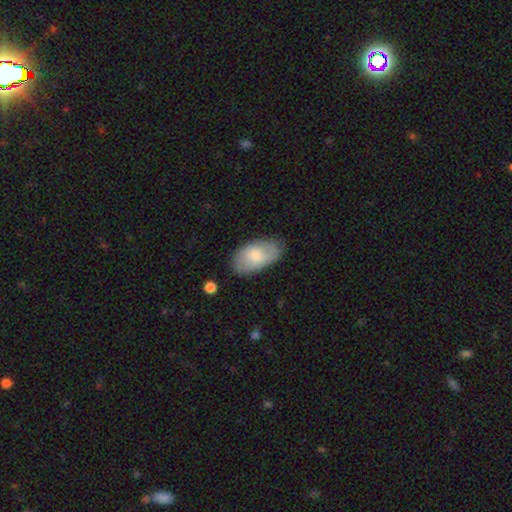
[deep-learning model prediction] The model was most divided on "smooth or featured": smooth: 71%, featured or disk: 23%, star or artifact: 6%. More confident: how rounded — in between (94%); merging — none (75%).